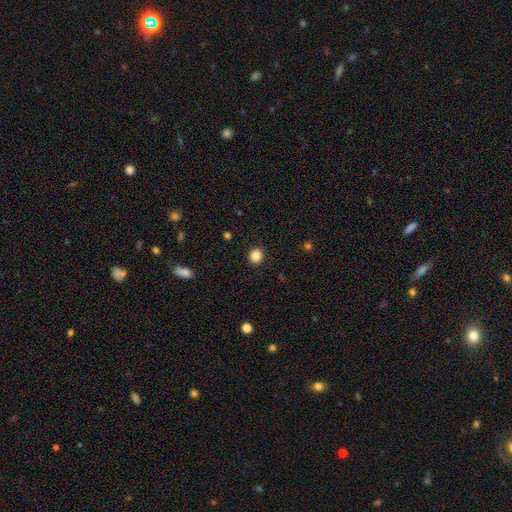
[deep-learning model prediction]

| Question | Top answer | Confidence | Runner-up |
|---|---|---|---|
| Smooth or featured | smooth | 86% | star or artifact (10%) |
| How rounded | round | 78% | in between (21%) |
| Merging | none | 91% | minor disturbance (6%) |